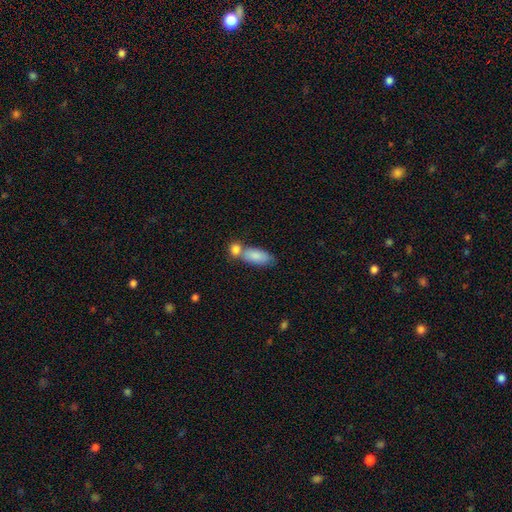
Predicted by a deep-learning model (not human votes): smooth 83%, featured or disk 11%, star or artifact 6%. Down the decision tree: how rounded — in between (84%); merging — merger (46%).